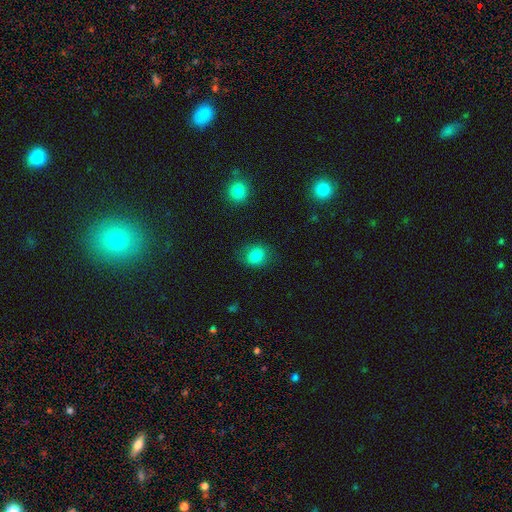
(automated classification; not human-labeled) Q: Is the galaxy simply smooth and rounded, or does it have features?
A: smooth — 83%.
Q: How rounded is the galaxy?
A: round — 62%.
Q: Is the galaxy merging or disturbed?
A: none — 81%.